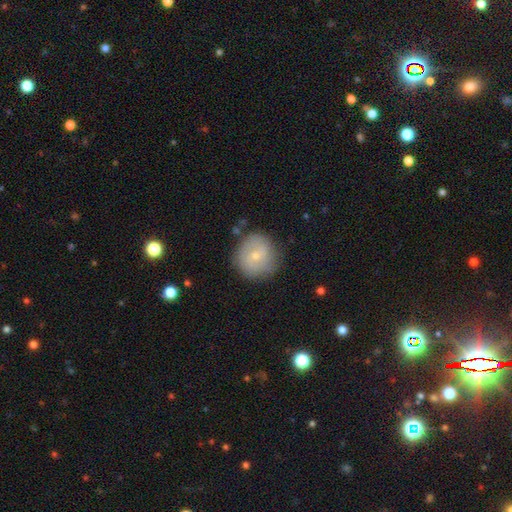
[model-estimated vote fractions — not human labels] Smooth or featured? smooth (52%)
How rounded? round (91%)
Merging? none (78%)